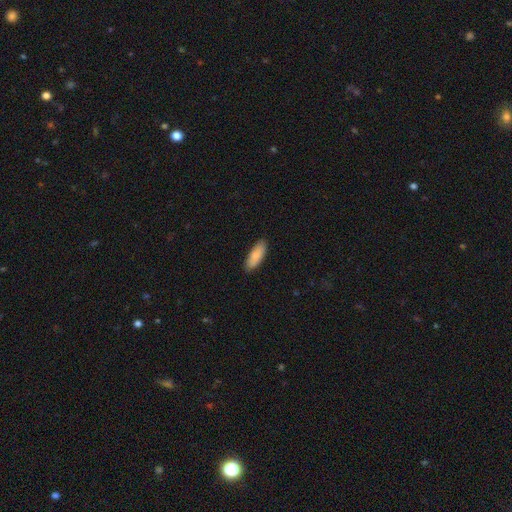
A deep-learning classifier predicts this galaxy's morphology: Smooth or featured: smooth — 86% (featured or disk — 8%)
How rounded: in between — 66% (cigar-shaped — 32%)
Merging: none — 88% (minor disturbance — 9%)